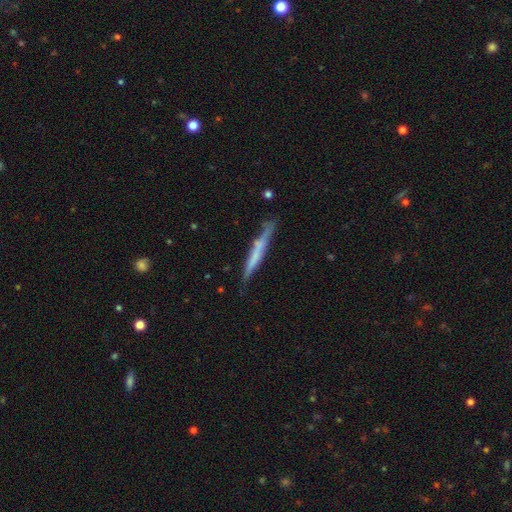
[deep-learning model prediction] smooth 48%, featured or disk 46%, star or artifact 6%. Down the decision tree: merging — none (71%).